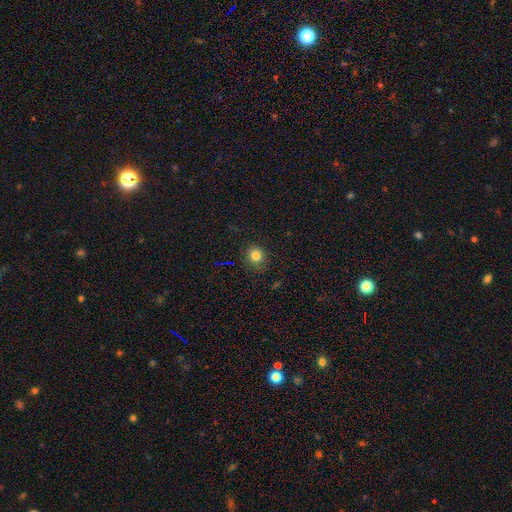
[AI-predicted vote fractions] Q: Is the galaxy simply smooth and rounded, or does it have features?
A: smooth — 82%.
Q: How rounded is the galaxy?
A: round — 86%.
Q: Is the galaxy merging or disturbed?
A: none — 87%.